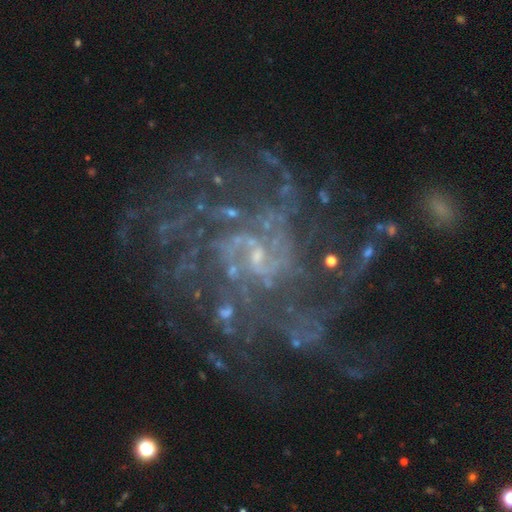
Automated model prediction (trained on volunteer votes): Q: Smooth or featured?
A: featured or disk (86%); runner-up: star or artifact (10%)
Q: Edge-on disk?
A: no (98%); runner-up: yes (2%)
Q: Bar?
A: no (44%); tied with: weak (44%)
Q: Spiral arms?
A: yes (94%); runner-up: no (6%)
Q: Spiral winding?
A: tight (47%); runner-up: medium (38%)
Q: Spiral arm count?
A: can't tell (31%); runner-up: more than 4 (21%)
Q: Bulge size?
A: small (68%); runner-up: none (17%)
Q: Merging?
A: none (63%); runner-up: major disturbance (18%)